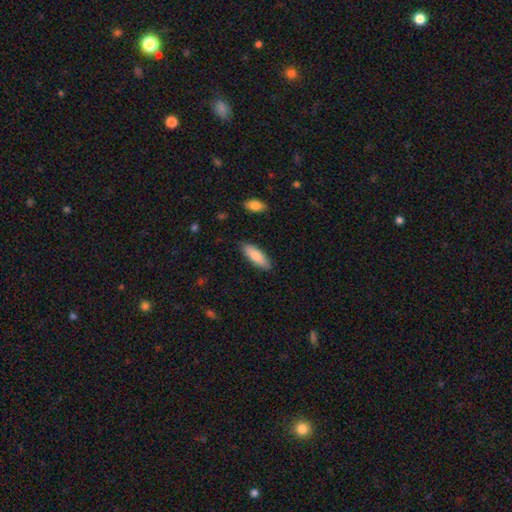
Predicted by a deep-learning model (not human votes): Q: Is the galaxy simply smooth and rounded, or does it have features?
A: smooth — 84%.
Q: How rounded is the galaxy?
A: in between — 60%.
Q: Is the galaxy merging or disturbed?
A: none — 87%.